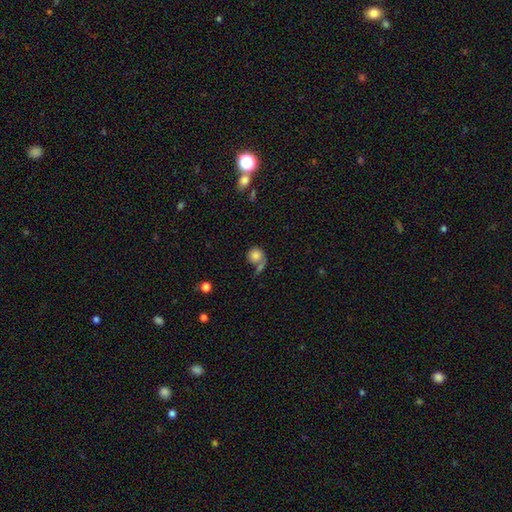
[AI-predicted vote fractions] Q: Smooth or featured?
A: smooth (78%); runner-up: featured or disk (14%)
Q: How rounded?
A: round (86%); runner-up: in between (13%)
Q: Merging?
A: none (44%); runner-up: merger (29%)